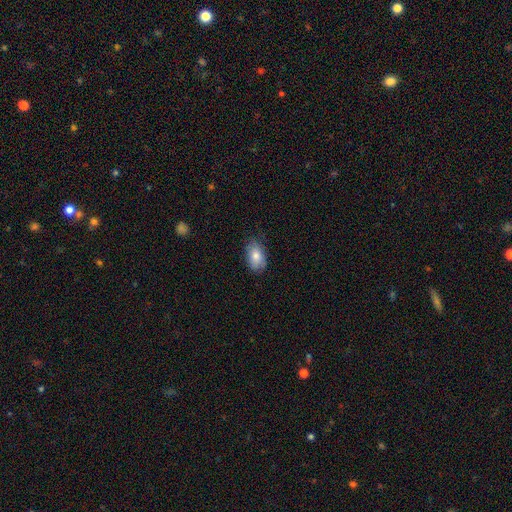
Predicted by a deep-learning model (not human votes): This appears to be a smooth galaxy with no disk features (78%) that is in between round and cigar-shaped (89%). Merging: none (73%).